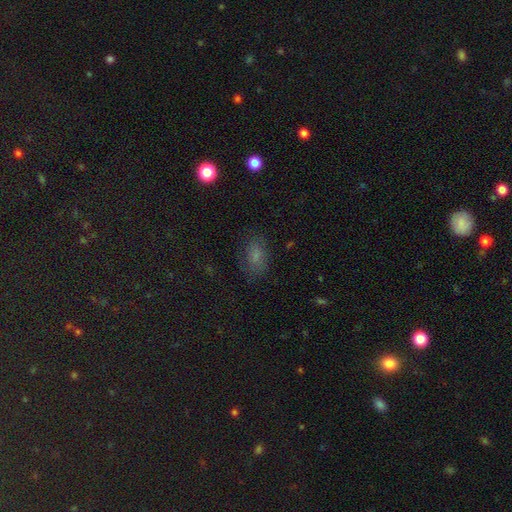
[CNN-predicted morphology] smooth-or-featured: smooth: 69% | star or artifact: 18% | featured or disk: 13%
  how-rounded: in between: 86% | round: 11% | cigar-shaped: 3%
  merging: none: 75% | minor disturbance: 17% | major disturbance: 6% | merger: 2%